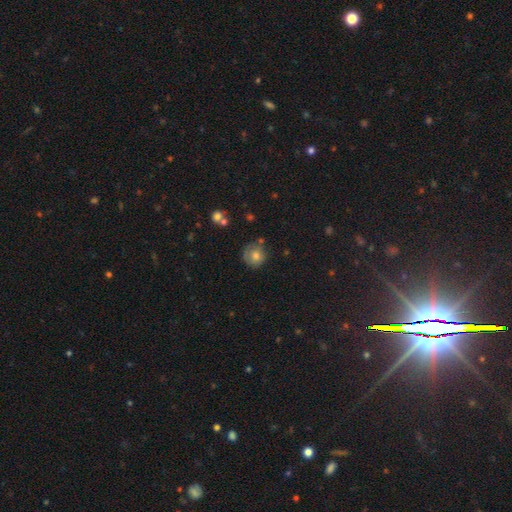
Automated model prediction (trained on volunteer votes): Smooth or featured: smooth — 65% (featured or disk — 25%)
How rounded: round — 83% (in between — 16%)
Merging: none — 62% (minor disturbance — 24%)